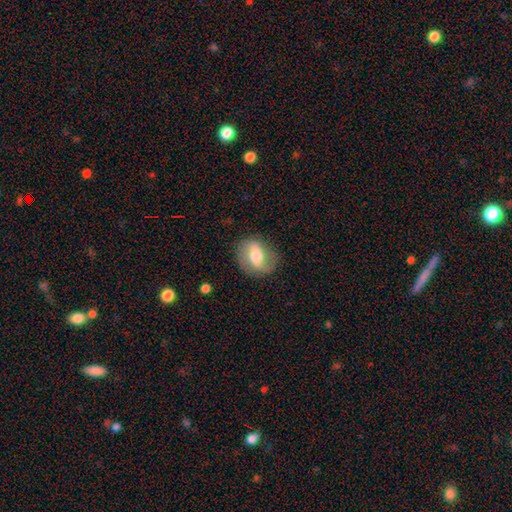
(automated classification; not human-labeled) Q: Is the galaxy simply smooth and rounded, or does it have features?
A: featured or disk — 57%.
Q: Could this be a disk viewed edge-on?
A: no — 95%.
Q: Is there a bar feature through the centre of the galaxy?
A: weak — 43%.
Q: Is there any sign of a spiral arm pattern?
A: yes — 80%.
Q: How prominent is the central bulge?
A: moderate — 62%.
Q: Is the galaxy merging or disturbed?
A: none — 77%.